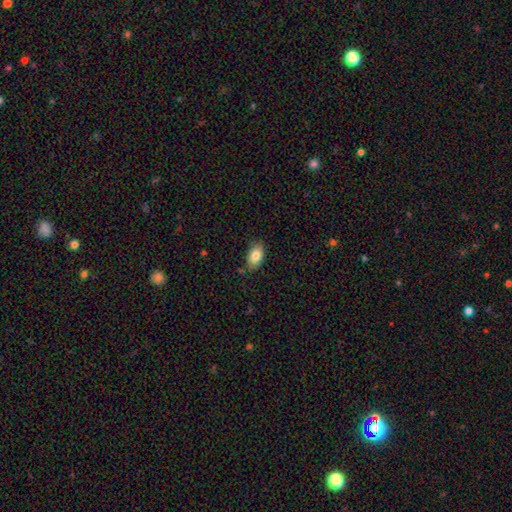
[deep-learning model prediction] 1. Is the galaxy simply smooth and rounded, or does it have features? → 82% smooth, 10% featured or disk, 7% star or artifact.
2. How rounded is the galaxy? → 92% in between, 6% round, 2% cigar-shaped.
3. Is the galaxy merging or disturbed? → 78% none, 17% minor disturbance, 3% major disturbance, 2% merger.